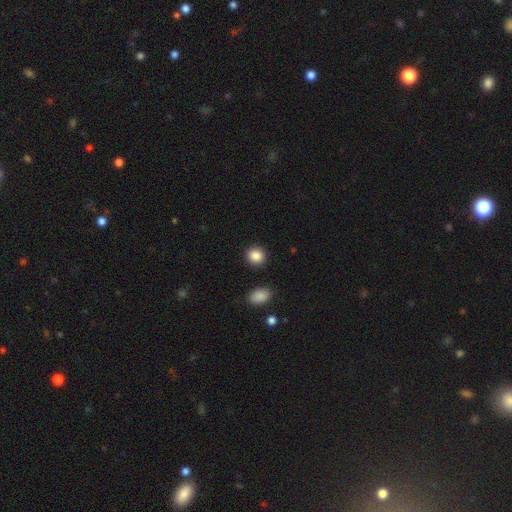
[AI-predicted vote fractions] Smooth or featured?
  - smooth: 88% *
  - star or artifact: 9%
  - featured or disk: 3%
How rounded?
  - round: 83% *
  - in between: 16%
  - cigar-shaped: 1%
Merging?
  - none: 90% *
  - minor disturbance: 6%
  - major disturbance: 2%
  - merger: 2%